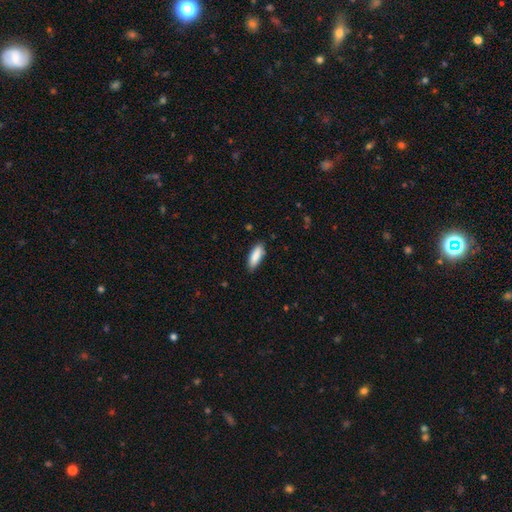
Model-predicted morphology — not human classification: This is clearly a smooth galaxy (87%). How rounded: possibly in between (59%). Merging: clearly none (83%).